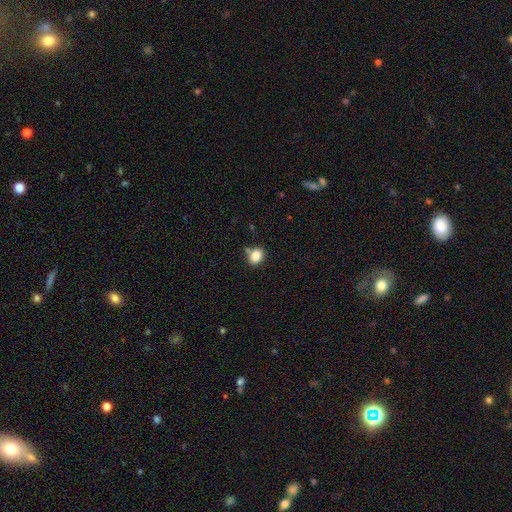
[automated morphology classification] smooth-or-featured: smooth: 83% | star or artifact: 10% | featured or disk: 7%
  how-rounded: in between: 56% | round: 43% | cigar-shaped: 1%
  merging: none: 74% | minor disturbance: 14% | merger: 9% | major disturbance: 3%